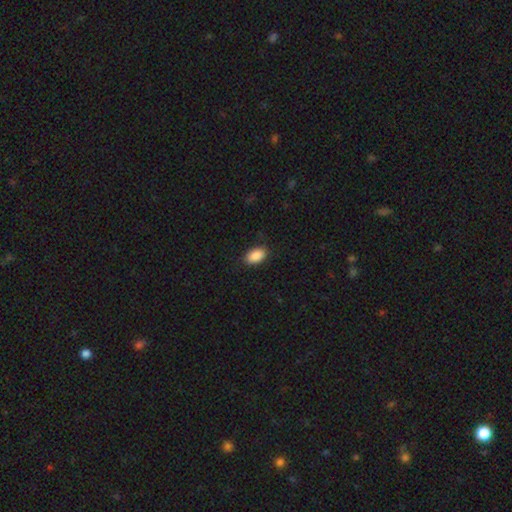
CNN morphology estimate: A smooth galaxy with no disk features (90%) that is in between round and cigar-shaped (93%).

Vote fractions:
- Smooth or featured? smooth: 90% / star or artifact: 7% / featured or disk: 3%
- How rounded? in between: 93% / round: 5% / cigar-shaped: 2%
- Merging? none: 87% / minor disturbance: 10% / major disturbance: 2% / merger: 1%